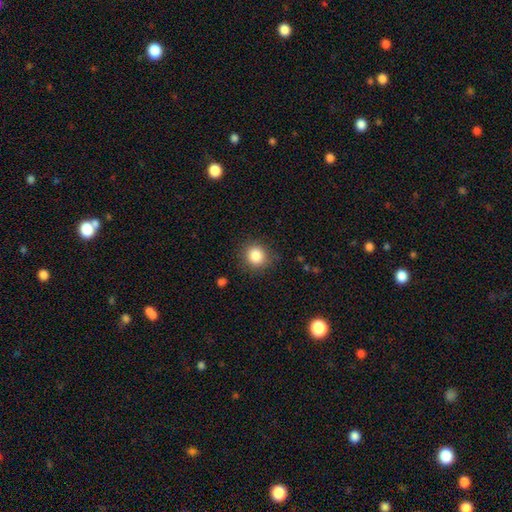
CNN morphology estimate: type=smooth (84%); roundness=round (88%); merging=none (86%).